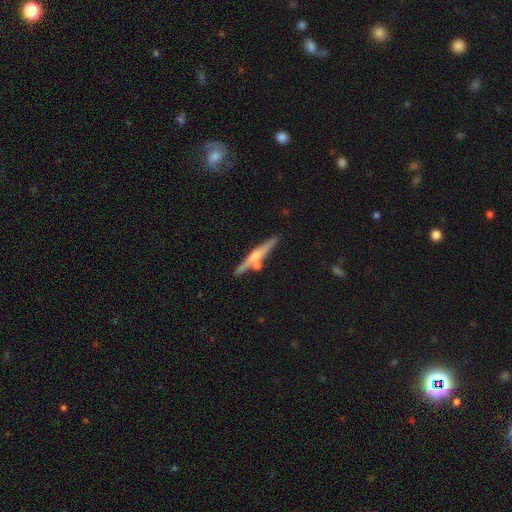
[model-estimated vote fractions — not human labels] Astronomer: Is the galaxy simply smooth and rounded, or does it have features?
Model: featured or disk — 61%.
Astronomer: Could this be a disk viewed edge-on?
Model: yes — 96%.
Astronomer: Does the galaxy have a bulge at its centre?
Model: rounded — 76%.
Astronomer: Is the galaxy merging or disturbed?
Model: none — 80%.